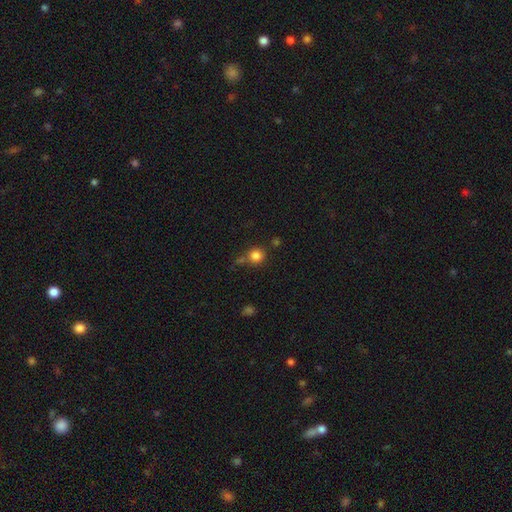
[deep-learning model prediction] smooth-or-featured: smooth: 82% | star or artifact: 12% | featured or disk: 6%
  how-rounded: round: 92% | in between: 7% | cigar-shaped: 1%
  merging: none: 67% | merger: 14% | minor disturbance: 13% | major disturbance: 5%